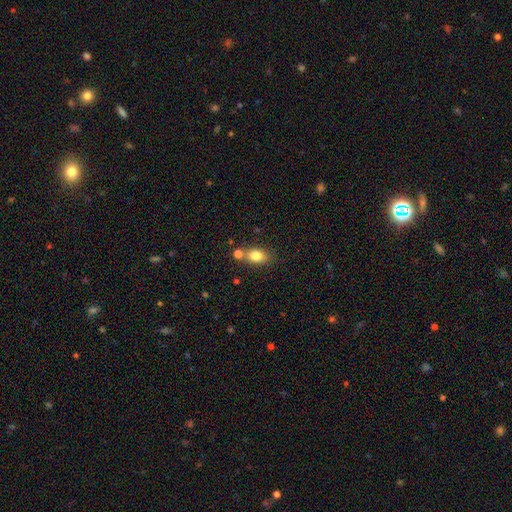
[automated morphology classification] This appears to be a smooth galaxy with no disk features (80%) that is in between round and cigar-shaped (77%). Merging: none (62%).